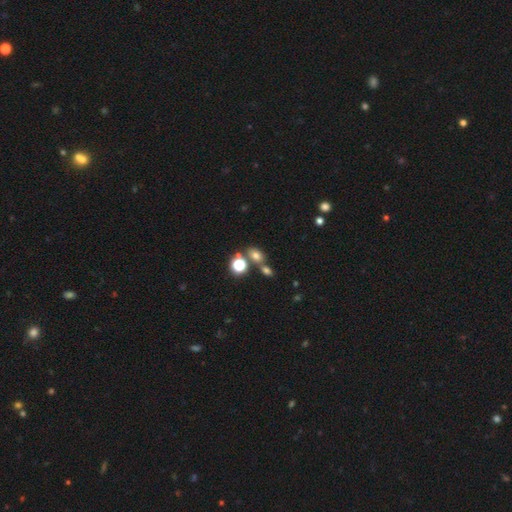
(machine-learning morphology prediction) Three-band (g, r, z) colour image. It shows a smooth galaxy with no disk features (69%) that is in between round and cigar-shaped (64%). Merging: none (57%).